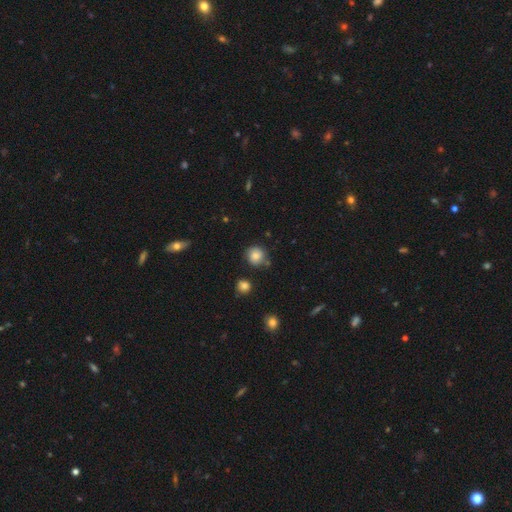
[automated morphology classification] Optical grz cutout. It shows a smooth galaxy with no disk features (79%) that is round (89%). Merging: none (76%).